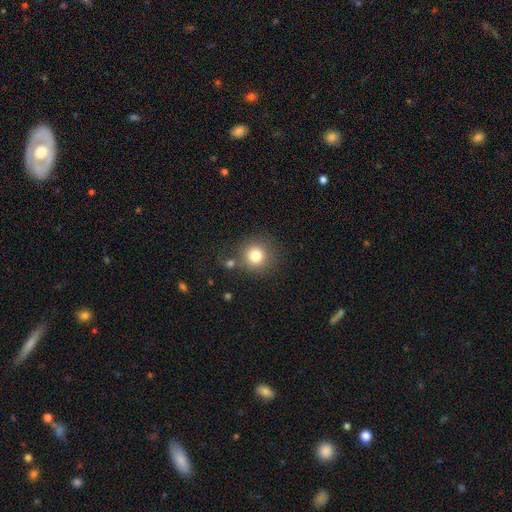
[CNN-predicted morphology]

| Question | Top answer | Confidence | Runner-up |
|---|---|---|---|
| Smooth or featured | smooth | 79% | star or artifact (12%) |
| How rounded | round | 92% | in between (7%) |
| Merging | none | 75% | minor disturbance (11%) |